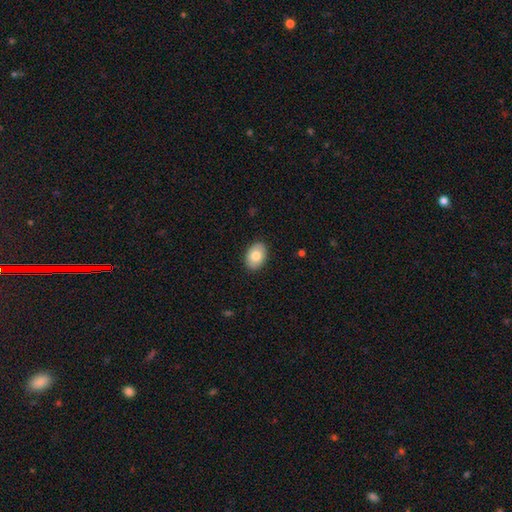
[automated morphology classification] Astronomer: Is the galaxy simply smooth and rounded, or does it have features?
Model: smooth — 79%.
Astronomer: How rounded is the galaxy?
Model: in between — 85%.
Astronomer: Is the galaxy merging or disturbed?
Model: none — 89%.